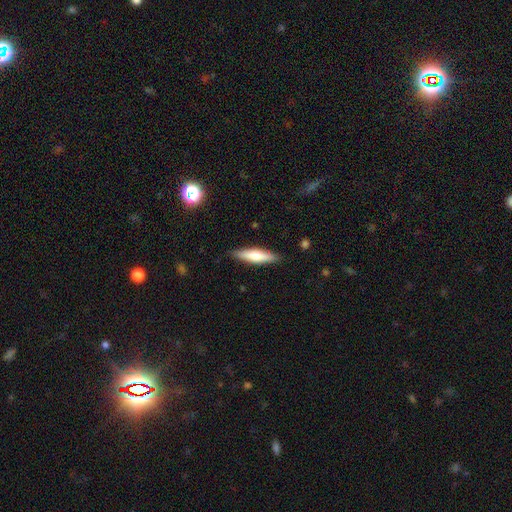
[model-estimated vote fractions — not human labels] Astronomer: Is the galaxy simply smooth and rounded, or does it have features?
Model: smooth — 63%.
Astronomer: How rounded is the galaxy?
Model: cigar-shaped — 74%.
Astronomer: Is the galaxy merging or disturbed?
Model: none — 87%.